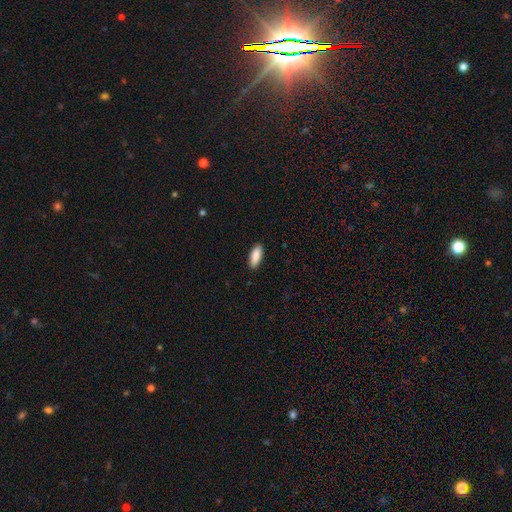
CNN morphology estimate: A smooth galaxy with no disk features (90%) that is in between round and cigar-shaped (75%). Merging: none (89%).